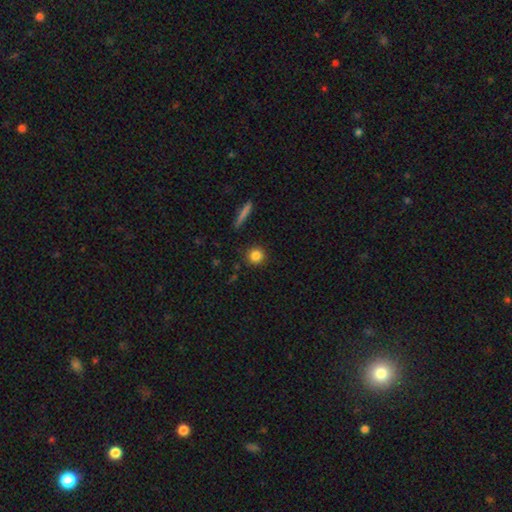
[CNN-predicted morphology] A smooth galaxy with no disk features (84%) that is round (92%). Merging: none (90%).